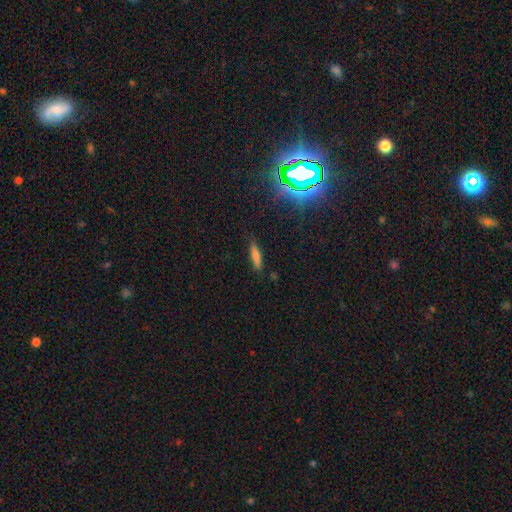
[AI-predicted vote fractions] This appears to be a smooth galaxy with no disk features (64%) that is cigar-shaped (79%). Merging: none (83%).